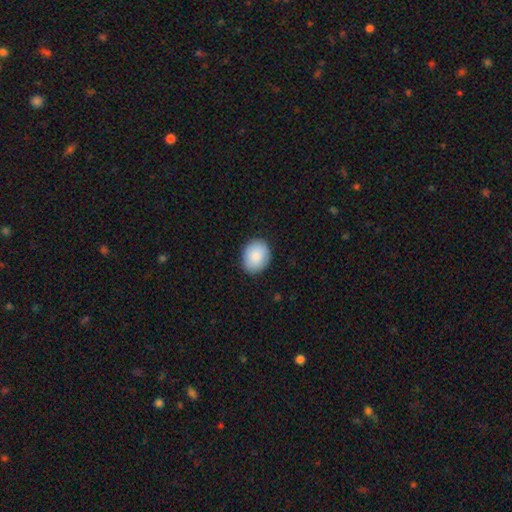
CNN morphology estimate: smooth-or-featured: smooth: 88% | star or artifact: 6% | featured or disk: 6%
  how-rounded: in between: 56% | round: 43% | cigar-shaped: 1%
  merging: none: 87% | minor disturbance: 10% | major disturbance: 2% | merger: 1%